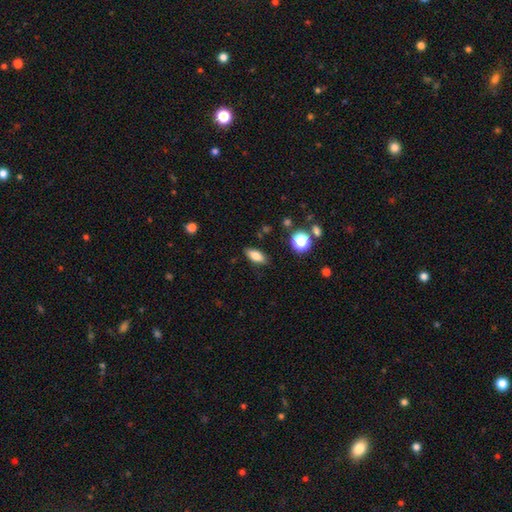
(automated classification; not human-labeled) Smooth or featured?
  - smooth: 79% *
  - featured or disk: 11%
  - star or artifact: 10%
How rounded?
  - in between: 79% *
  - cigar-shaped: 17%
  - round: 5%
Merging?
  - none: 86% *
  - minor disturbance: 10%
  - major disturbance: 3%
  - merger: 2%